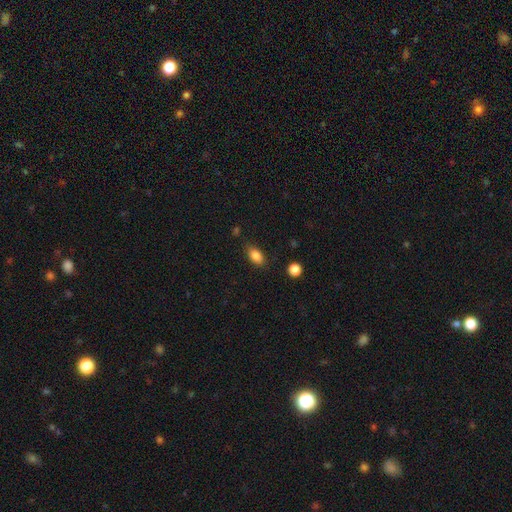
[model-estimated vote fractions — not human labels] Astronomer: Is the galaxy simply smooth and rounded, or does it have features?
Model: smooth — 84%.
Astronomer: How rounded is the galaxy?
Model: in between — 87%.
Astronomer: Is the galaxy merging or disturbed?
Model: none — 80%.